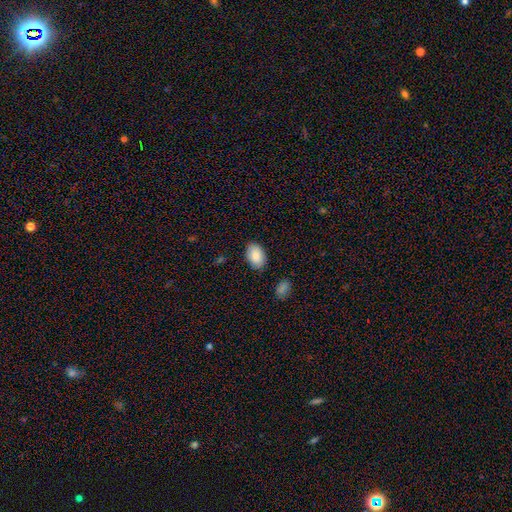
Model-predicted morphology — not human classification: Smooth or featured? Predicted: smooth (p=0.88). How rounded? Predicted: in between (p=0.91). Merging? Predicted: none (p=0.86).